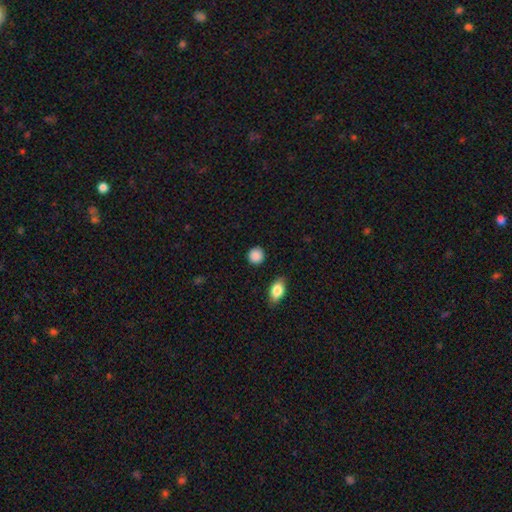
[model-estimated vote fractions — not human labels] The model was most divided on "how rounded": round: 90%, in between: 9%, cigar-shaped: 1%. More confident: merging — none (89%); smooth or featured — smooth (89%).